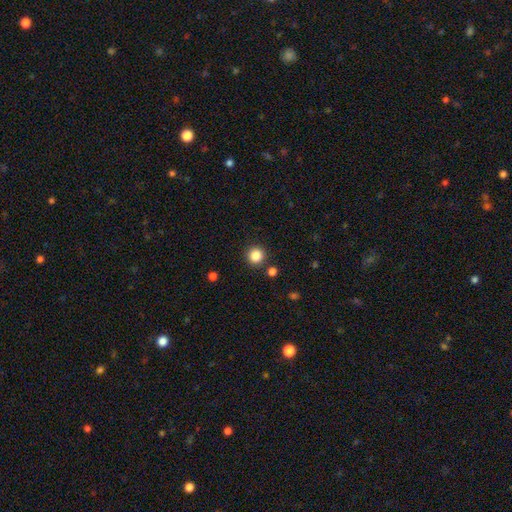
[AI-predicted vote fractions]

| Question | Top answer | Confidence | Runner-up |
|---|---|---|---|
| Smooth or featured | smooth | 85% | star or artifact (11%) |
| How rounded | round | 95% | in between (4%) |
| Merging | none | 90% | minor disturbance (5%) |